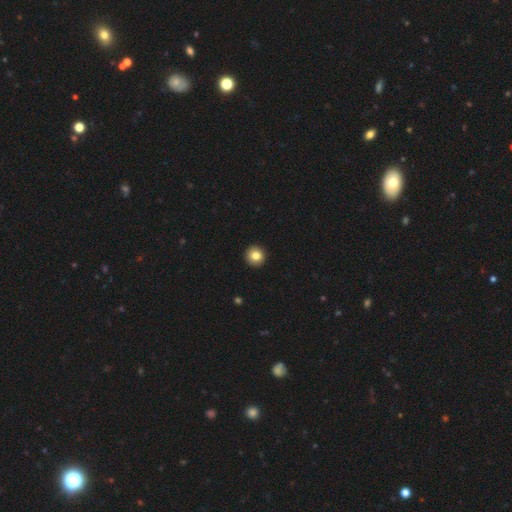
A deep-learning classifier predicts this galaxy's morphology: Q: Smooth or featured?
A: smooth (83%); runner-up: star or artifact (10%)
Q: How rounded?
A: round (92%); runner-up: in between (7%)
Q: Merging?
A: none (93%); runner-up: minor disturbance (4%)